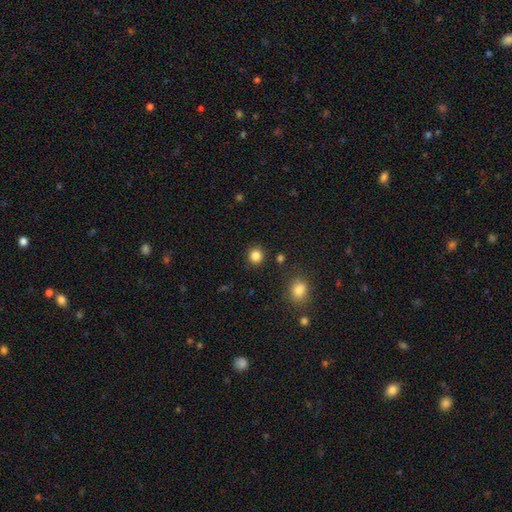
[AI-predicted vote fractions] Smooth or featured: smooth — 85% (star or artifact — 12%)
How rounded: round — 90% (in between — 9%)
Merging: none — 89% (minor disturbance — 6%)